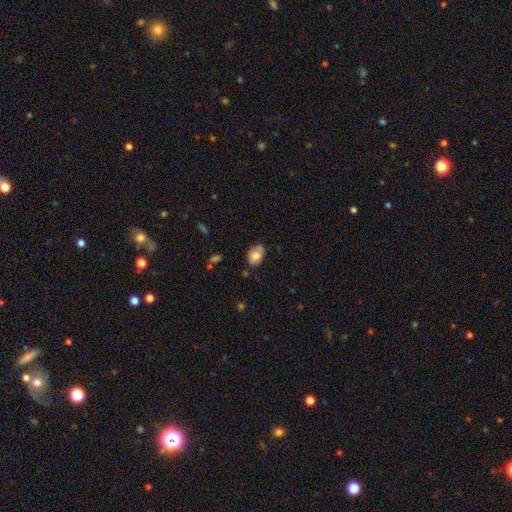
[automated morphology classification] Q: Smooth or featured?
A: smooth (75%); runner-up: featured or disk (17%)
Q: How rounded?
A: in between (78%); runner-up: round (21%)
Q: Merging?
A: none (67%); runner-up: minor disturbance (25%)